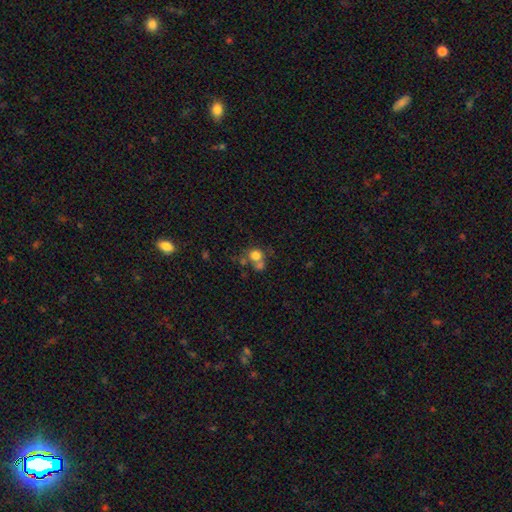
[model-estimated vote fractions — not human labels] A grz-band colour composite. It shows a smooth galaxy with no disk features (73%) that is round (80%). Merging: merger (41%).